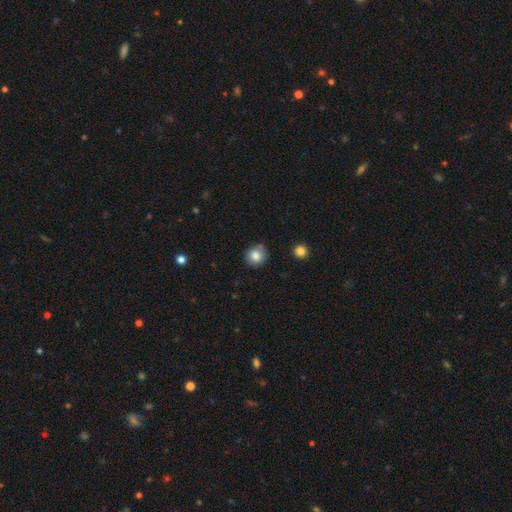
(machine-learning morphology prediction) Smooth or featured?
  - smooth: 84% *
  - star or artifact: 10%
  - featured or disk: 7%
How rounded?
  - round: 87% *
  - in between: 12%
  - cigar-shaped: 1%
Merging?
  - none: 77% *
  - minor disturbance: 16%
  - merger: 5%
  - major disturbance: 3%